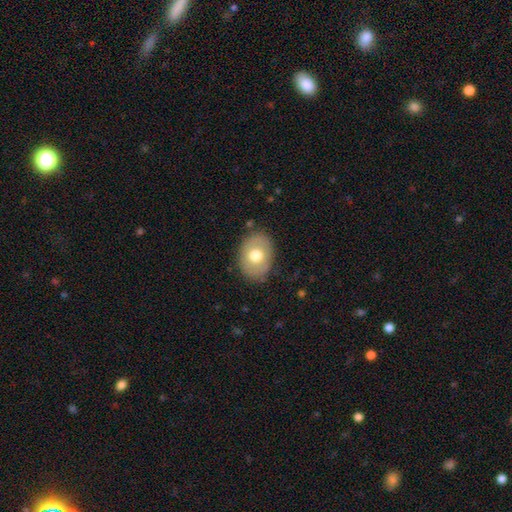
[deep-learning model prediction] Overall: smooth (67%). How rounded: in between (71%). Merging: none (83%).